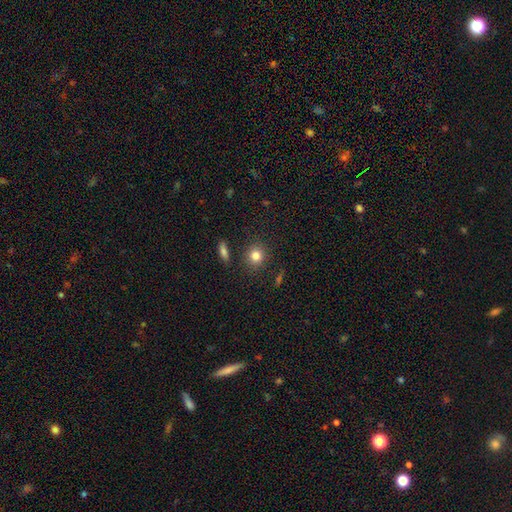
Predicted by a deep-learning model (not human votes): smooth 81%, star or artifact 11%, featured or disk 8%. Down the decision tree: how rounded — round (85%); merging — none (87%).